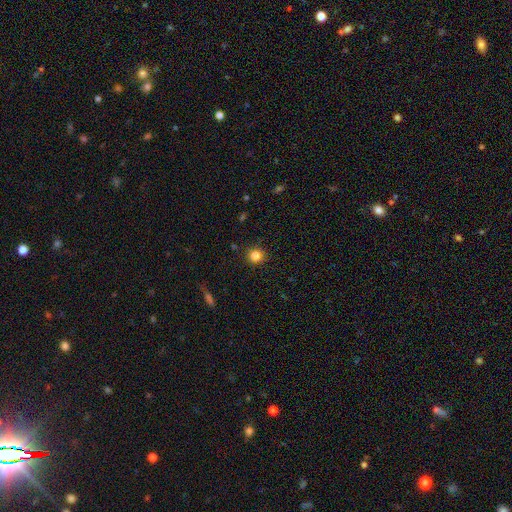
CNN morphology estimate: Smooth or featured? smooth (83%)
How rounded? round (92%)
Merging? none (89%)